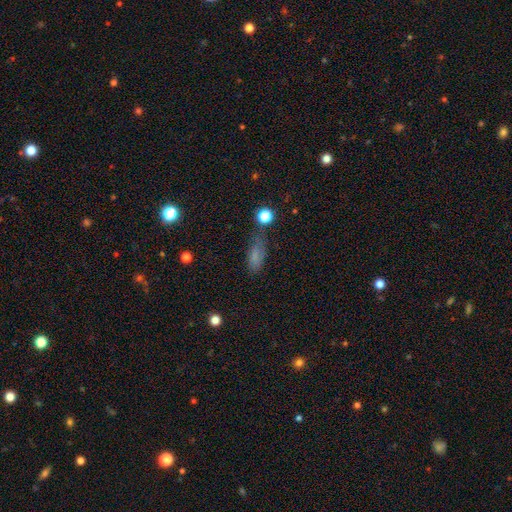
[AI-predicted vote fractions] smooth_or_featured: smooth (p=0.72) [alt: star or artifact p=0.16]
how_rounded: in between (p=0.73) [alt: cigar-shaped p=0.21]
merging: none (p=0.55) [alt: minor disturbance p=0.27]